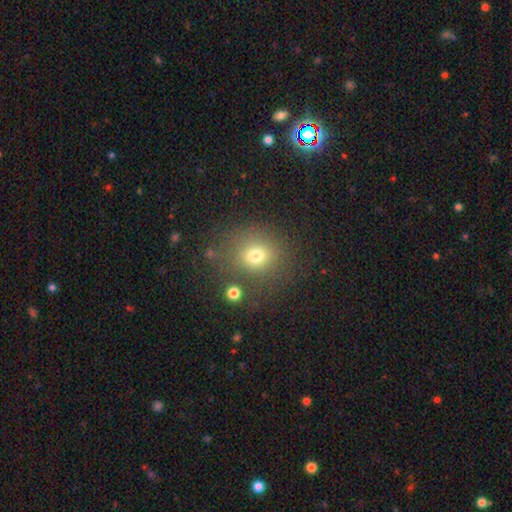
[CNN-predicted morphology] The model was most divided on "smooth or featured": smooth: 72%, star or artifact: 18%, featured or disk: 10%. More confident: how rounded — round (78%); merging — none (76%).